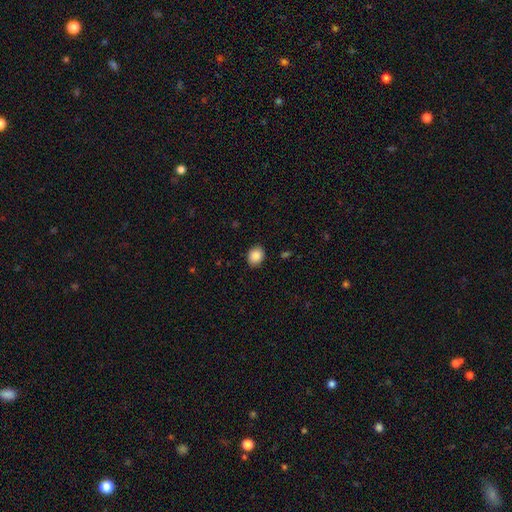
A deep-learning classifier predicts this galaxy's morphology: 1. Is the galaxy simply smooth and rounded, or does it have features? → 88% smooth, 8% star or artifact, 4% featured or disk.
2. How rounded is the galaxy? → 59% round, 40% in between, 1% cigar-shaped.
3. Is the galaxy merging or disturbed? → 88% none, 9% minor disturbance, 2% major disturbance, 1% merger.